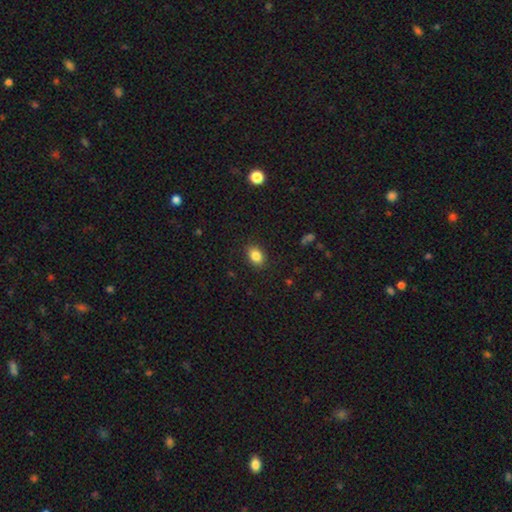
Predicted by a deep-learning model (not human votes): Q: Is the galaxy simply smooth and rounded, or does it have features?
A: smooth — 85%.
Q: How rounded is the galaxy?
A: in between — 77%.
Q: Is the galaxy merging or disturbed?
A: none — 88%.